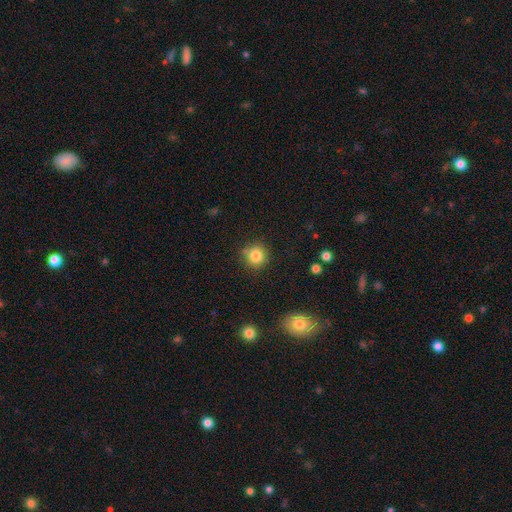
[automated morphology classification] Smooth or featured: smooth — 83% (star or artifact — 11%)
How rounded: round — 91% (in between — 8%)
Merging: none — 81% (minor disturbance — 11%)